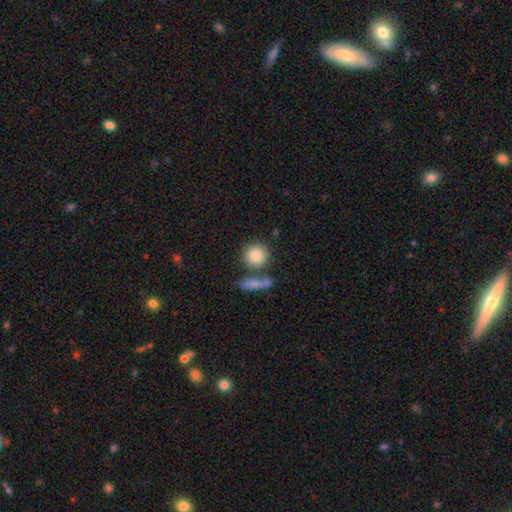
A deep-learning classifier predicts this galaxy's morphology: The model was most divided on "merging": none: 68%, merger: 18%, minor disturbance: 10%, major disturbance: 4%. More confident: how rounded — round (87%); smooth or featured — smooth (84%).